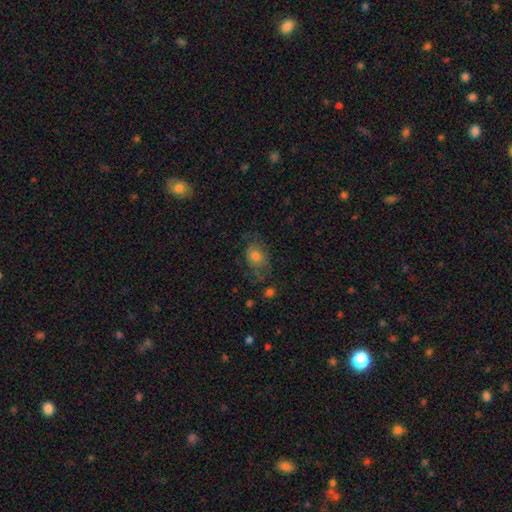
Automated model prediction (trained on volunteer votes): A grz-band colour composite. It shows a smooth galaxy with no disk features (65%) that is in between round and cigar-shaped (67%). Merging: none (56%).